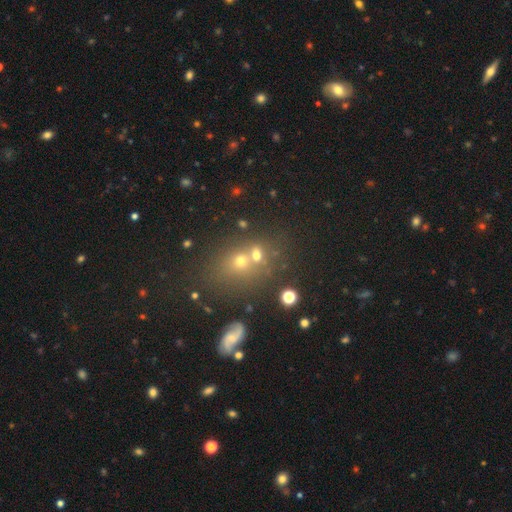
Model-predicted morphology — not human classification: This appears to be a smooth galaxy with no disk features (54%) that is round (63%). Merging: none (44%).